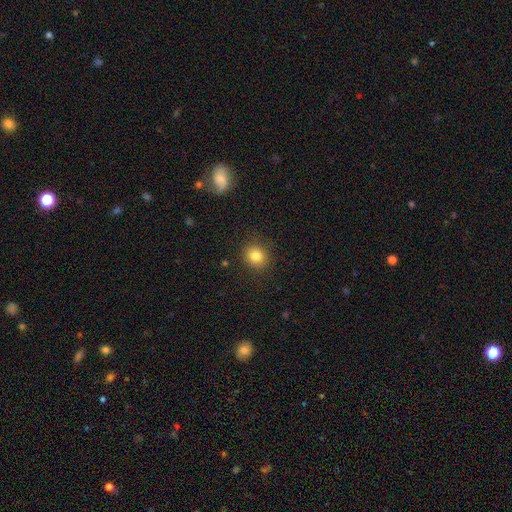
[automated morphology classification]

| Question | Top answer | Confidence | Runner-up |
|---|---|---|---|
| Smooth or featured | smooth | 81% | star or artifact (11%) |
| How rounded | round | 81% | in between (18%) |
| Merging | none | 88% | minor disturbance (8%) |